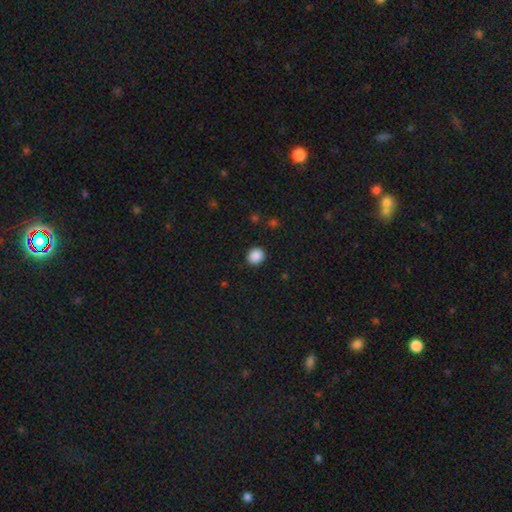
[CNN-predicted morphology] Overall: smooth (89%). How rounded: round (75%). Merging: none (90%).